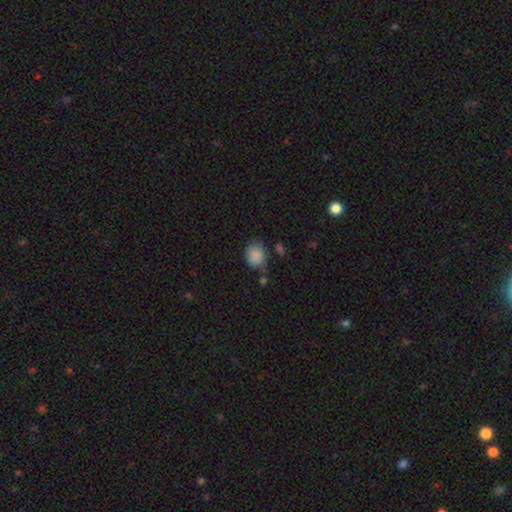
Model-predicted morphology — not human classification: type=smooth (87%); roundness=round (52%); merging=none (62%).